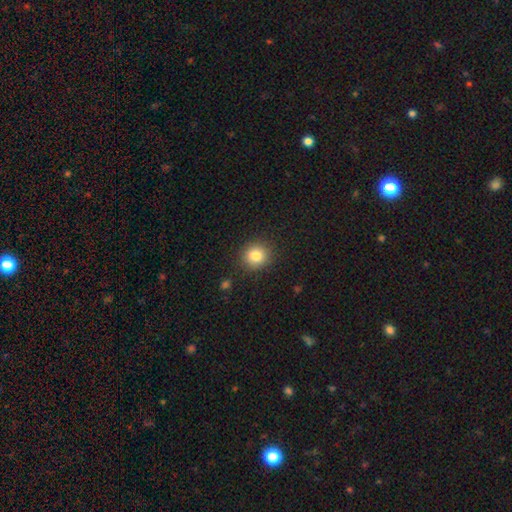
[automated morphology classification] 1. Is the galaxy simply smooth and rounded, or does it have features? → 83% smooth, 11% star or artifact, 6% featured or disk.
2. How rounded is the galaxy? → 86% round, 13% in between, 1% cigar-shaped.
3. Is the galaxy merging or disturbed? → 88% none, 8% minor disturbance, 3% major disturbance, 1% merger.